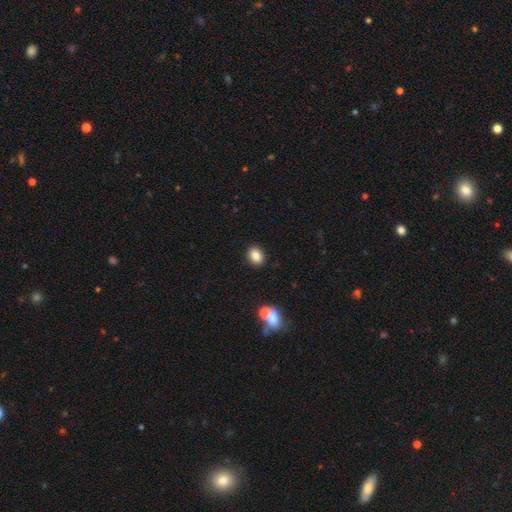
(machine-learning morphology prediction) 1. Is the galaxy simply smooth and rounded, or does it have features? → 85% smooth, 10% star or artifact, 5% featured or disk.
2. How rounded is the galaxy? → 69% in between, 30% round, 1% cigar-shaped.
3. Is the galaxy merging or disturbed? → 89% none, 7% minor disturbance, 2% major disturbance, 2% merger.